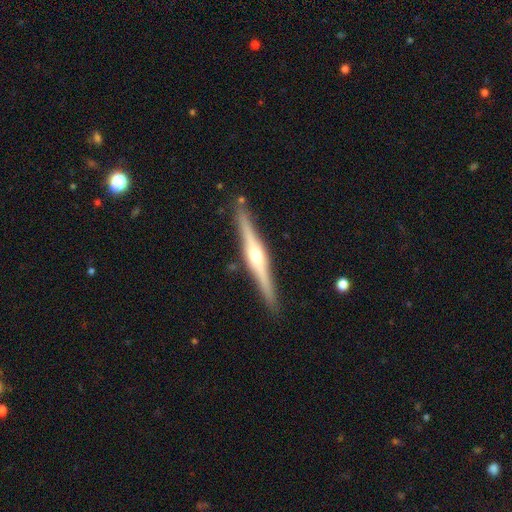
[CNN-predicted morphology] smooth-or-featured: featured or disk: 80% | smooth: 15% | star or artifact: 5%
  disk-edge-on: yes: 98% | no: 2%
    edge-on-bulge: rounded: 88% | boxy: 8% | none: 4%
  merging: none: 89% | minor disturbance: 8% | merger: 2% | major disturbance: 2%